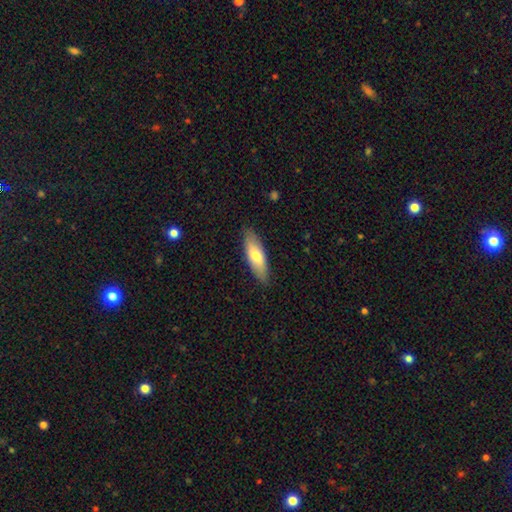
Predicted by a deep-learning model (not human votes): Overall: smooth (70%). How rounded: in between (56%; cigar-shaped 42%). Merging: none (87%).